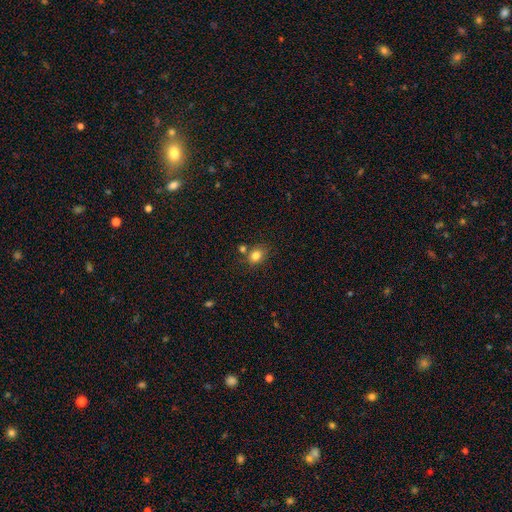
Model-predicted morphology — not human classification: A smooth galaxy with no disk features (82%) that is in between round and cigar-shaped (54%).

Vote fractions:
- Smooth or featured? smooth: 82% / star or artifact: 11% / featured or disk: 7%
- How rounded? in between: 54% / round: 45% / cigar-shaped: 1%
- Merging? none: 69% / minor disturbance: 14% / merger: 13% / major disturbance: 4%